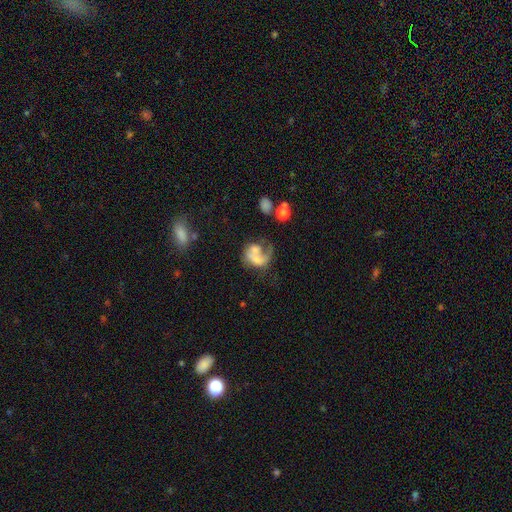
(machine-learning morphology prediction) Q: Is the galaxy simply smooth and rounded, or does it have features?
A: featured or disk — 47%.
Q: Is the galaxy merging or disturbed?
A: merger — 39%.